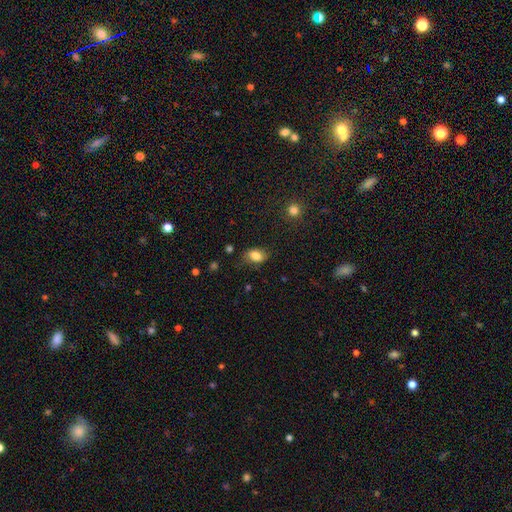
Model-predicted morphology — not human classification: smooth-or-featured: smooth: 83% | featured or disk: 9% | star or artifact: 8%
  how-rounded: in between: 82% | round: 17% | cigar-shaped: 2%
  merging: none: 71% | minor disturbance: 22% | major disturbance: 6% | merger: 2%